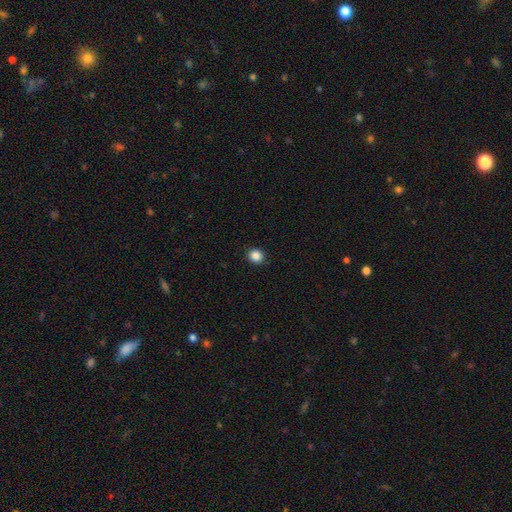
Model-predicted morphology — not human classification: Smooth or featured? smooth (86%)
How rounded? round (85%)
Merging? none (93%)